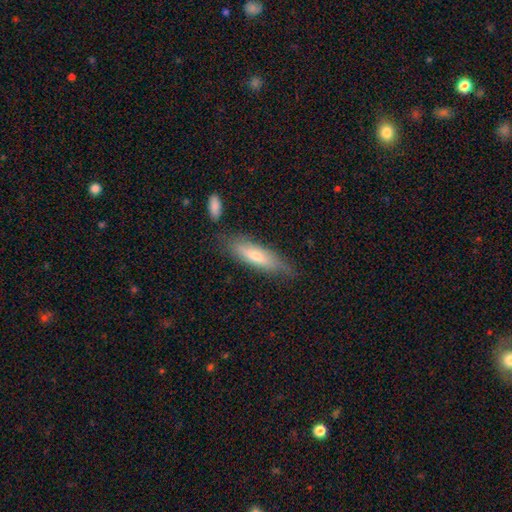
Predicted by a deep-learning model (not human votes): Smooth or featured? smooth (62%)
How rounded? cigar-shaped (66%)
Merging? none (72%)